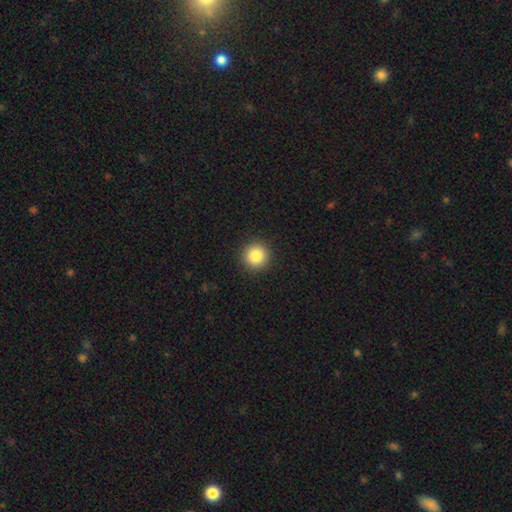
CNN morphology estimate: This appears to be a smooth galaxy with no disk features (85%) that is round (95%). Merging: none (92%).